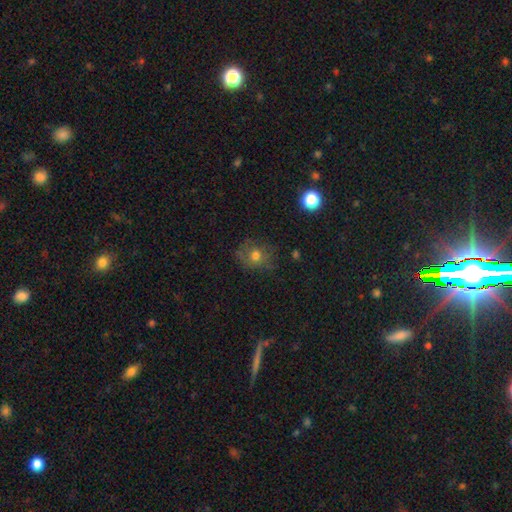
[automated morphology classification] A smooth galaxy with no disk features (62%) that is round (75%).

Vote fractions:
- Smooth or featured? smooth: 62% / featured or disk: 21% / star or artifact: 16%
- How rounded? round: 75% / in between: 24% / cigar-shaped: 1%
- Merging? none: 66% / minor disturbance: 21% / major disturbance: 12% / merger: 2%